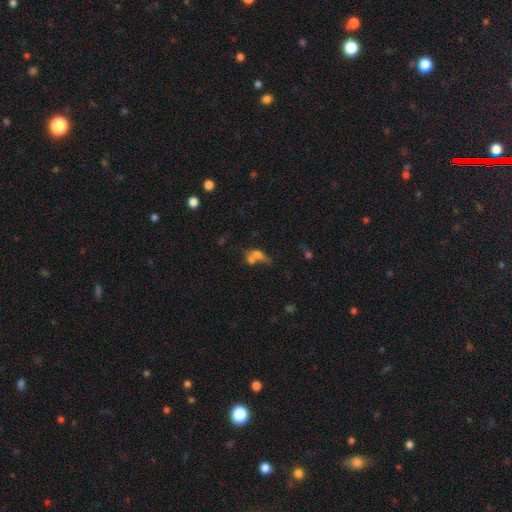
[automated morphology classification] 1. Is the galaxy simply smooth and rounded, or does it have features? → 58% smooth, 27% featured or disk, 14% star or artifact.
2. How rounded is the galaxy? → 58% in between, 23% round, 19% cigar-shaped.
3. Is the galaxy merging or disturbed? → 54% merger, 27% none, 10% minor disturbance, 9% major disturbance.